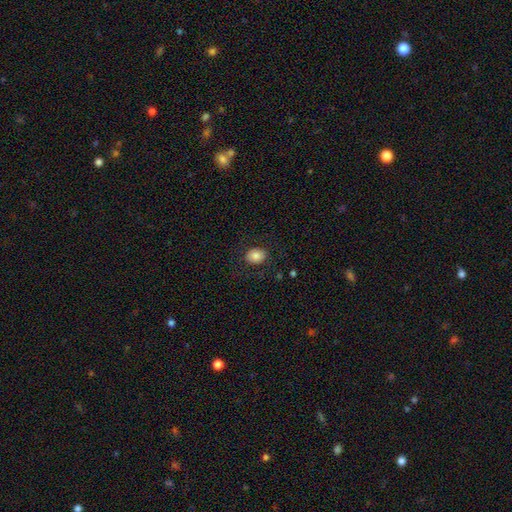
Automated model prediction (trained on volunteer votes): smooth_or_featured: smooth (p=0.82) [alt: featured or disk p=0.09]
how_rounded: in between (p=0.55) [alt: round p=0.44]
merging: none (p=0.85) [alt: minor disturbance p=0.10]